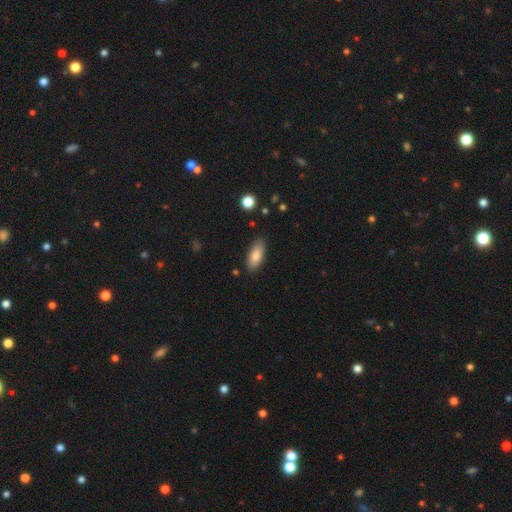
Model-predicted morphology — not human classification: Smooth or featured: smooth — 83% (featured or disk — 10%)
How rounded: in between — 79% (cigar-shaped — 19%)
Merging: none — 84% (minor disturbance — 12%)